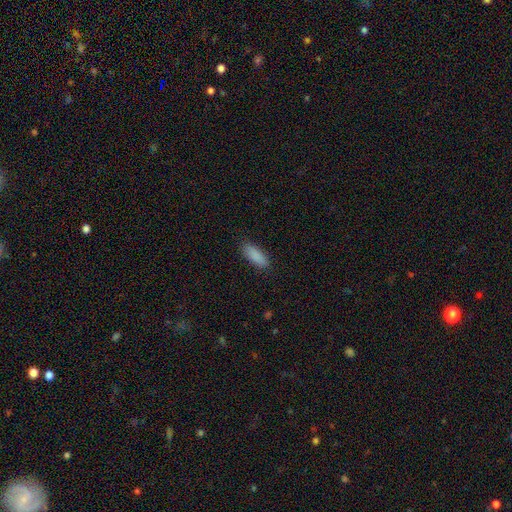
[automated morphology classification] This is clearly a smooth galaxy (89%). How rounded: likely in between (68%). Merging: clearly none (88%).